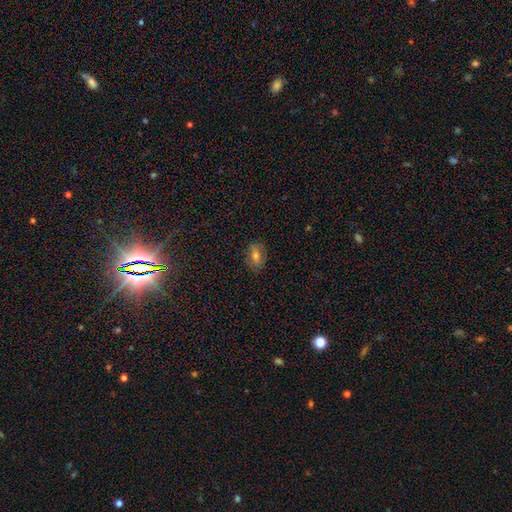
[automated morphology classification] Overall: smooth (55%; featured or disk 25%). How rounded: in between (78%). Merging: none (84%).